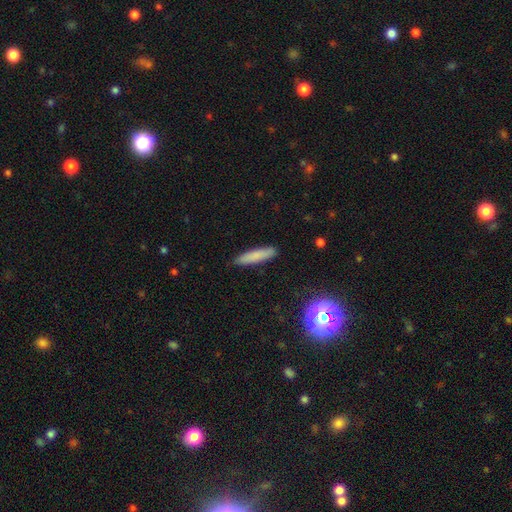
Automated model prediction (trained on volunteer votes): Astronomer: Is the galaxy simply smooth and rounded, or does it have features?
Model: smooth — 80%.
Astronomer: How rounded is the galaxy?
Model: cigar-shaped — 86%.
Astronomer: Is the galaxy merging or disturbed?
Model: none — 89%.